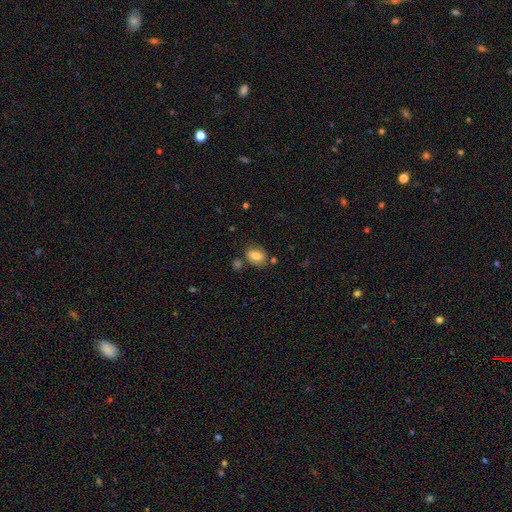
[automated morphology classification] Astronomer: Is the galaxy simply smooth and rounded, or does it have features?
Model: smooth — 77%.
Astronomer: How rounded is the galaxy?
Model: in between — 69%.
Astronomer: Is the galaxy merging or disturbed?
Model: none — 68%.